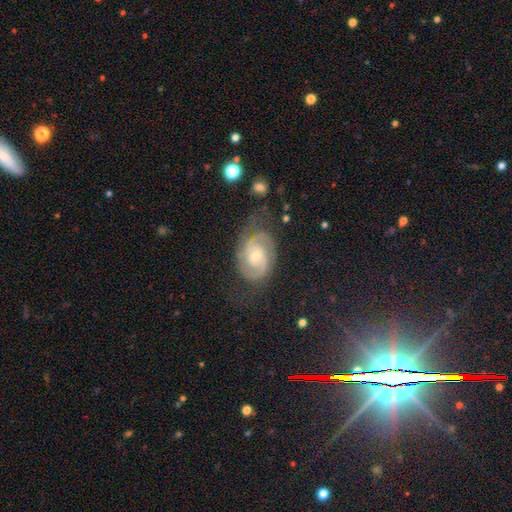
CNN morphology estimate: The model was most divided on "spiral winding": tight: 56%, medium: 36%, loose: 8%. More confident: edge-on disk — no (97%); spiral arms — yes (96%); smooth or featured — featured or disk (84%); spiral arm count — 2 (73%); merging — none (62%); bar — no (62%); bulge size — small (58%).